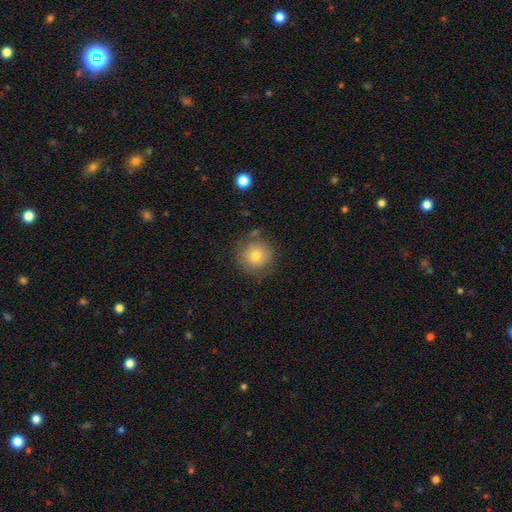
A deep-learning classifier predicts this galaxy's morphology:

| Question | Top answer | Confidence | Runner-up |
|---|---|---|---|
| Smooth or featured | smooth | 76% | featured or disk (14%) |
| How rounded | round | 91% | in between (8%) |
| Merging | none | 76% | minor disturbance (15%) |